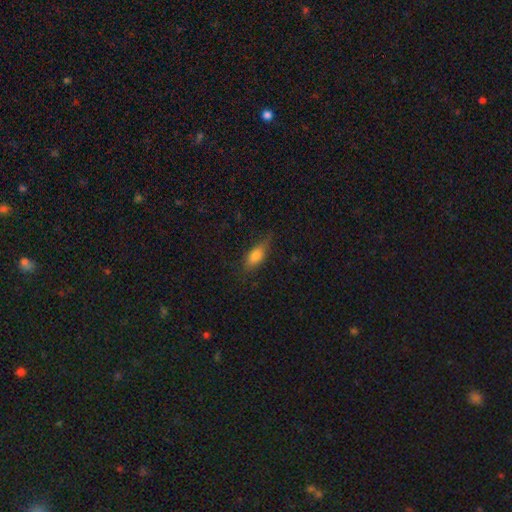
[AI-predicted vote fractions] This appears to be a smooth galaxy with no disk features (78%) that is in between round and cigar-shaped (79%). Merging: none (71%).